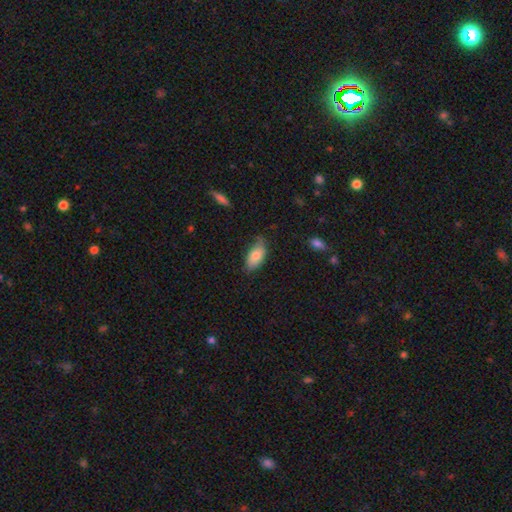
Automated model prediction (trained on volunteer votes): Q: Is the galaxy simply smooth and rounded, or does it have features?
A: smooth — 79%.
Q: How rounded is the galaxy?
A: in between — 92%.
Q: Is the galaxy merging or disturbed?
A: none — 59%.